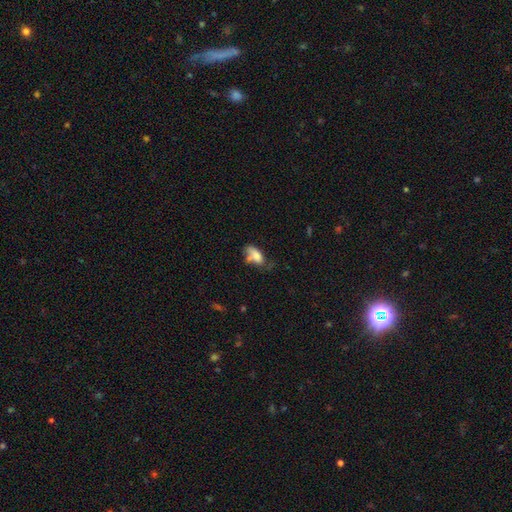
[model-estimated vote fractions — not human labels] A smooth galaxy with no disk features (74%) that is in between round and cigar-shaped (87%).

Vote fractions:
- Smooth or featured? smooth: 74% / featured or disk: 17% / star or artifact: 8%
- How rounded? in between: 87% / cigar-shaped: 9% / round: 4%
- Merging? none: 37% / minor disturbance: 30% / merger: 17% / major disturbance: 16%